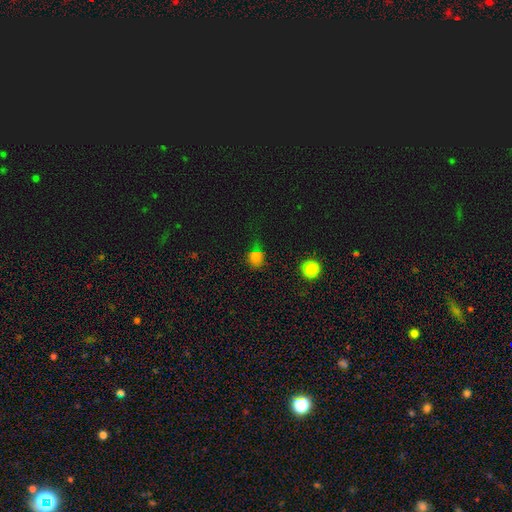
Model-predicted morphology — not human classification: Smooth or featured? Predicted: smooth (p=0.66). How rounded? Predicted: round (p=0.79). Merging? Predicted: none (p=0.73).